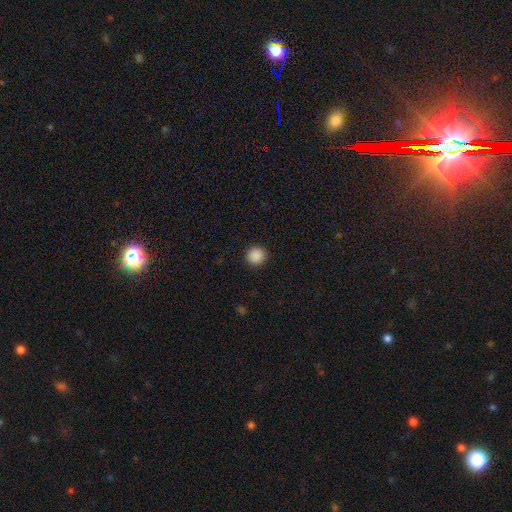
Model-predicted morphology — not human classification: Smooth or featured? smooth (88%)
How rounded? round (95%)
Merging? none (92%)